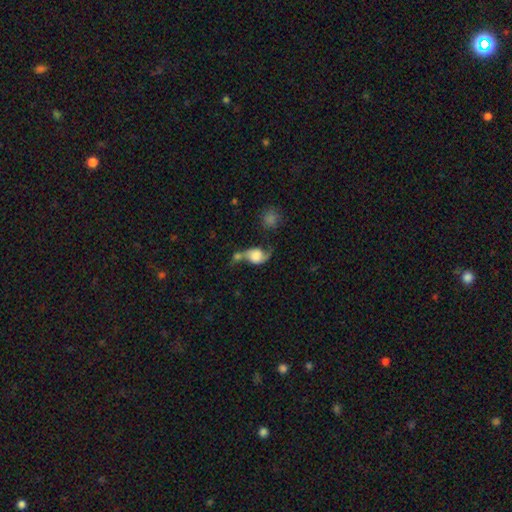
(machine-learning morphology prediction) smooth_or_featured: featured or disk (p=0.55) [alt: smooth p=0.35]
disk_edge_on: no (p=0.95) [alt: yes p=0.05]
bar: no (p=0.72) [alt: weak p=0.22]
has_spiral_arms: yes (p=0.86) [alt: no p=0.14]
bulge_size: large (p=0.36) [alt: dominant p=0.22]
merging: merger (p=0.39) [alt: none p=0.28]